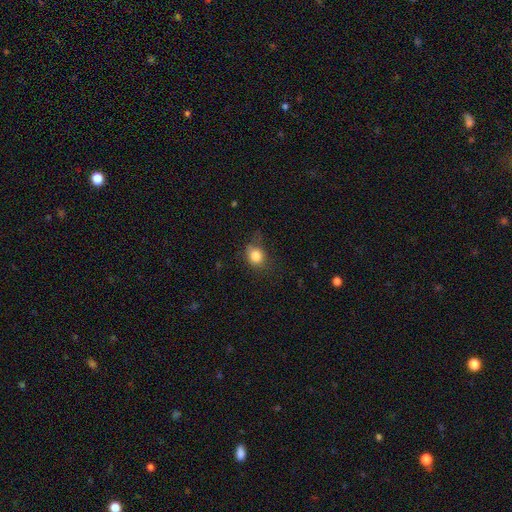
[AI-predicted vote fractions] A smooth galaxy with no disk features (83%) that is round (66%). Merging: none (60%).